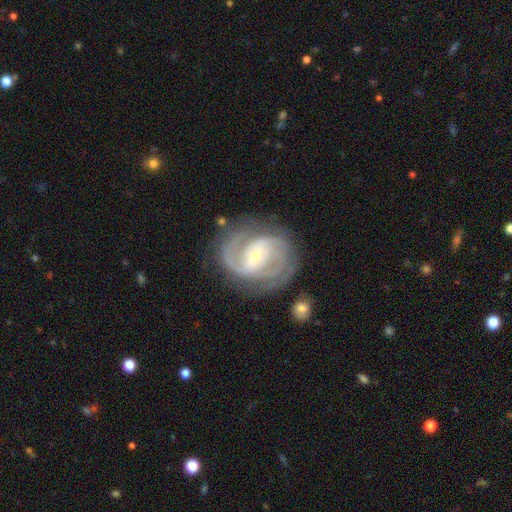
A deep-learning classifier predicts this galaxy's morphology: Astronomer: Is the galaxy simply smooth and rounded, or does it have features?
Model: featured or disk — 90%.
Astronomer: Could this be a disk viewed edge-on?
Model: no — 97%.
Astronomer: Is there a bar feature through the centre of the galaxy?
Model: weak — 48% (runner-up: strong, 36%).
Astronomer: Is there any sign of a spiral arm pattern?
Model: yes — 97%.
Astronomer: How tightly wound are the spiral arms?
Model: tight — 51% (runner-up: medium, 41%).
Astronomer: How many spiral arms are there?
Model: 2 — 53%.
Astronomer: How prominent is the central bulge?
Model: small — 58% (runner-up: moderate, 38%).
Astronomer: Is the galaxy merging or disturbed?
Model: none — 73%.